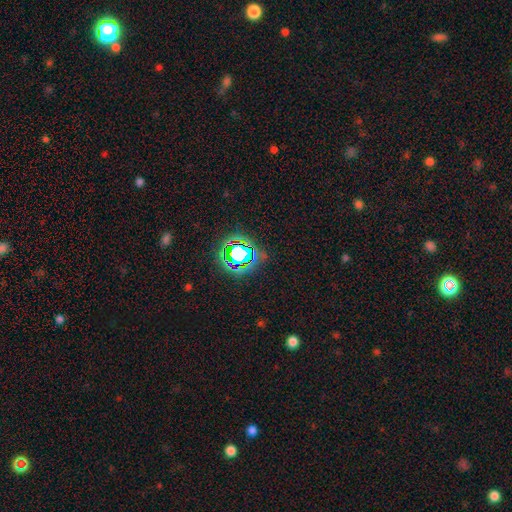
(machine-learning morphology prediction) Smooth or featured: star or artifact — 79% (smooth — 13%)